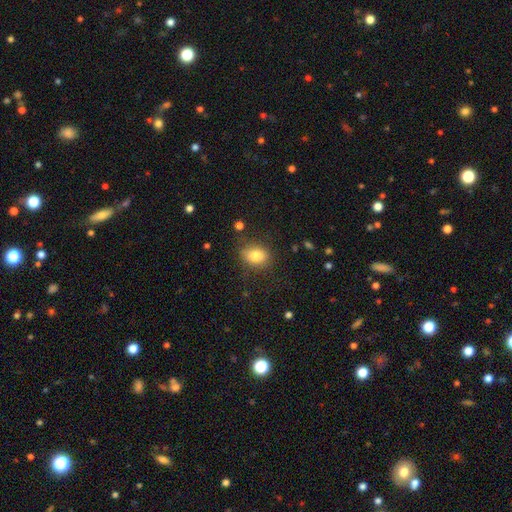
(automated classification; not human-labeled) smooth-or-featured: smooth: 81% | star or artifact: 10% | featured or disk: 9%
  how-rounded: in between: 66% | round: 33% | cigar-shaped: 1%
  merging: none: 77% | minor disturbance: 16% | major disturbance: 5% | merger: 2%